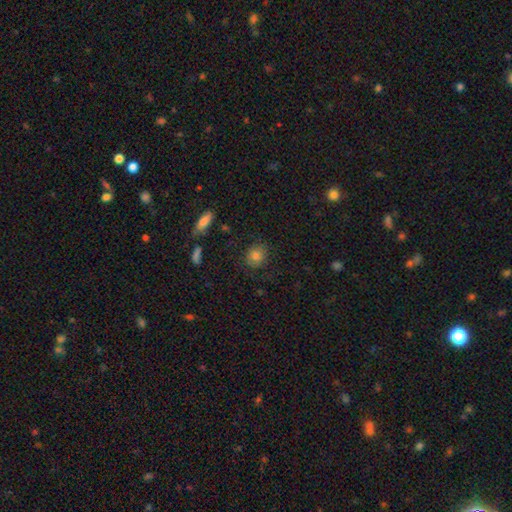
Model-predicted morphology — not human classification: Overall: smooth (79%). How rounded: round (74%). Merging: none (83%).